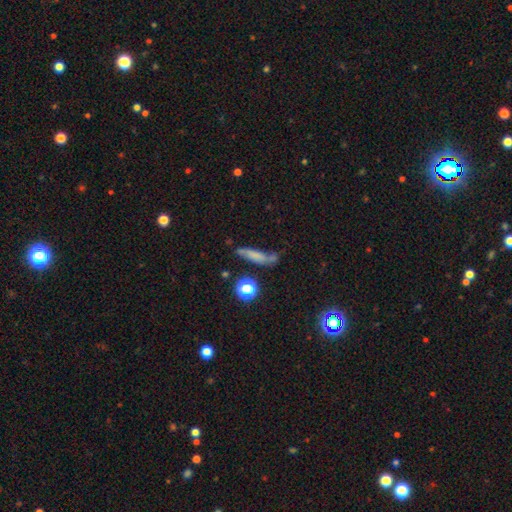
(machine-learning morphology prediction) Smooth or featured?
  - smooth: 58% *
  - featured or disk: 27%
  - star or artifact: 15%
How rounded?
  - cigar-shaped: 75% *
  - in between: 17%
  - round: 7%
Merging?
  - none: 55% *
  - minor disturbance: 24%
  - major disturbance: 11%
  - merger: 10%